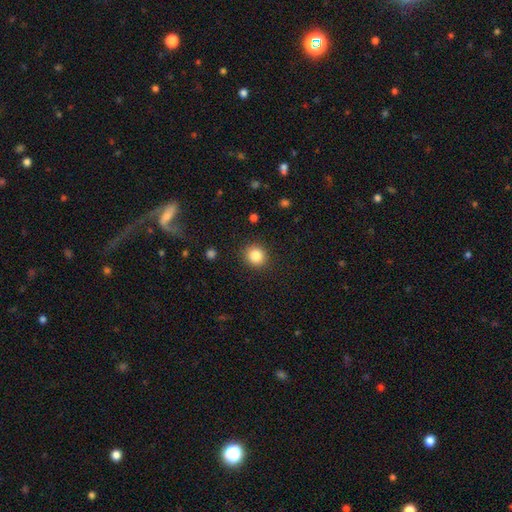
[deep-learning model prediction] Q: Smooth or featured?
A: smooth (85%); runner-up: star or artifact (10%)
Q: How rounded?
A: round (87%); runner-up: in between (12%)
Q: Merging?
A: none (90%); runner-up: minor disturbance (7%)